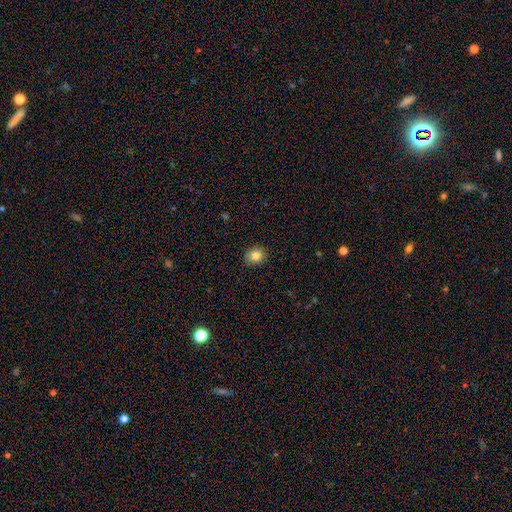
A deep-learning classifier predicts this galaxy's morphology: Smooth or featured: smooth — 83% (star or artifact — 10%)
How rounded: round — 70% (in between — 29%)
Merging: none — 88% (minor disturbance — 9%)